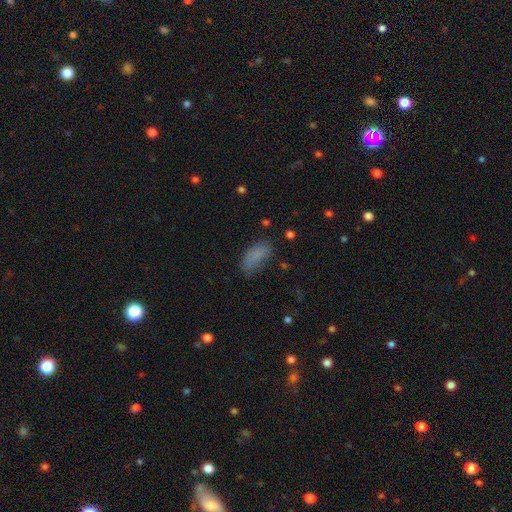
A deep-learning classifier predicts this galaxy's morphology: Smooth or featured?
  - smooth: 81% *
  - star or artifact: 11%
  - featured or disk: 8%
How rounded?
  - in between: 85% *
  - cigar-shaped: 12%
  - round: 3%
Merging?
  - none: 62% *
  - minor disturbance: 25%
  - major disturbance: 10%
  - merger: 3%